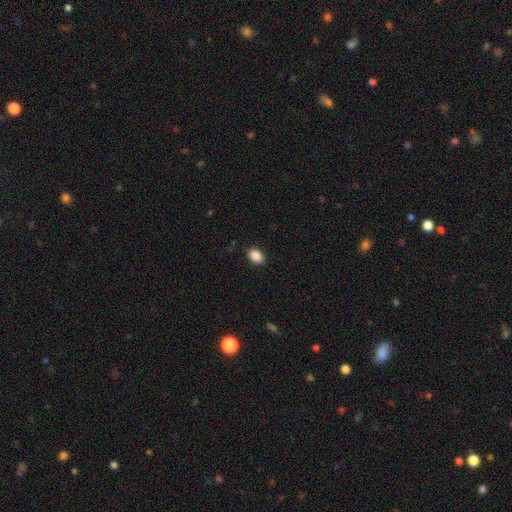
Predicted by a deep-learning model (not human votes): The model was most divided on "how rounded": in between: 83%, round: 16%, cigar-shaped: 1%. More confident: smooth or featured — smooth (88%); merging — none (88%).